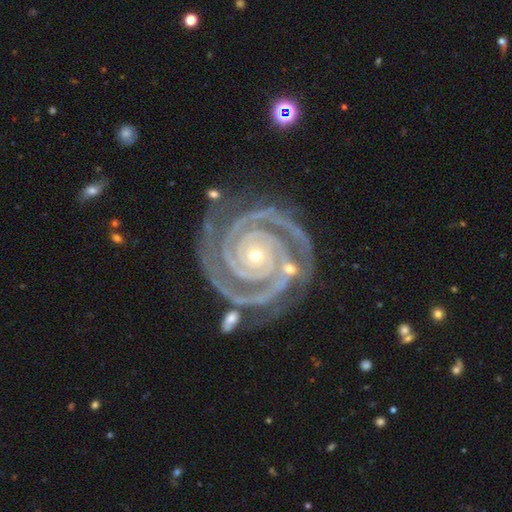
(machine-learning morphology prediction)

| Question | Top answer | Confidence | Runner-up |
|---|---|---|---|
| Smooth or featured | featured or disk | 94% | star or artifact (4%) |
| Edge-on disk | no | 98% | yes (2%) |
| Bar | no | 76% | strong (12%) |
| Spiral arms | yes | 99% | no (1%) |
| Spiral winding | tight | 89% | medium (10%) |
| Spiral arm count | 2 | 80% | 3 (10%) |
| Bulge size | small | 79% | moderate (18%) |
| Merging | none | 80% | minor disturbance (14%) |